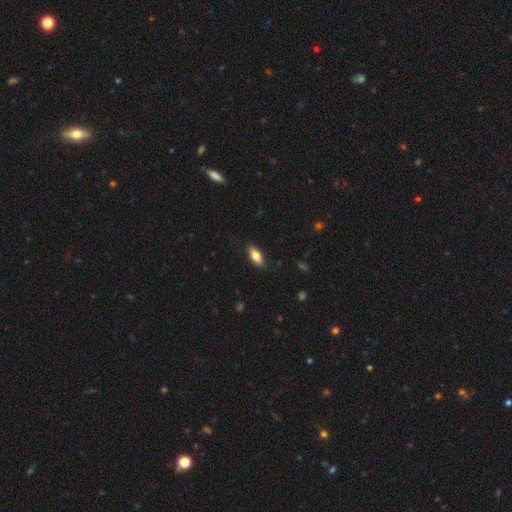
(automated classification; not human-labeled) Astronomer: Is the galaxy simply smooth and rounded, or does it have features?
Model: smooth — 74%.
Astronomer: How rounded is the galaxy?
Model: in between — 83%.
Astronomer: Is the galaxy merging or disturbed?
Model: none — 83%.